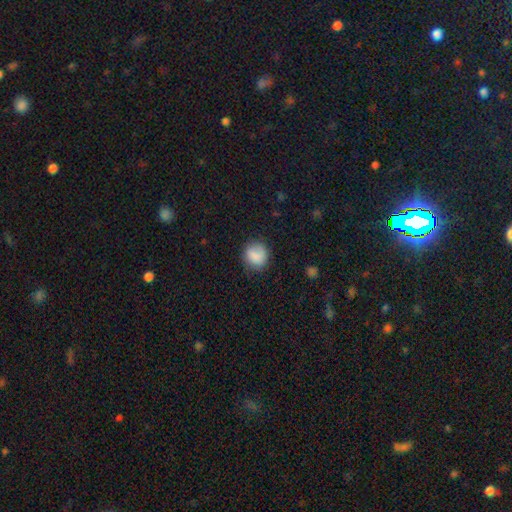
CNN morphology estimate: A smooth galaxy with no disk features (84%) that is round (80%).

Vote fractions:
- Smooth or featured? smooth: 84% / star or artifact: 8% / featured or disk: 8%
- How rounded? round: 80% / in between: 19% / cigar-shaped: 1%
- Merging? none: 74% / minor disturbance: 18% / major disturbance: 6% / merger: 1%